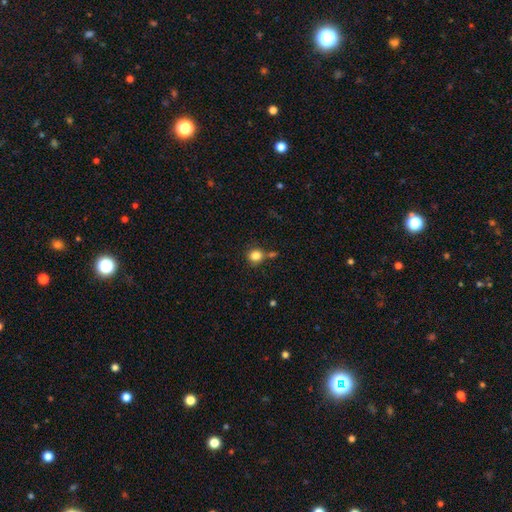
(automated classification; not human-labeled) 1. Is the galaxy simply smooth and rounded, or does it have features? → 84% smooth, 11% star or artifact, 5% featured or disk.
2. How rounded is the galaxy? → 89% round, 10% in between, 1% cigar-shaped.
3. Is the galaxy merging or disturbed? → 71% none, 14% merger, 11% minor disturbance, 4% major disturbance.